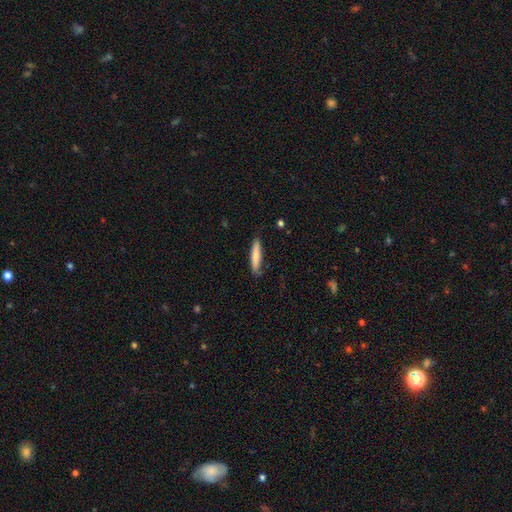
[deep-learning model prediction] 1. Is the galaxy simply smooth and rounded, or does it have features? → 80% smooth, 14% featured or disk, 6% star or artifact.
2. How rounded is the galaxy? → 86% cigar-shaped, 13% in between, 1% round.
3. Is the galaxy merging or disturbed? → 80% none, 15% minor disturbance, 3% major disturbance, 2% merger.